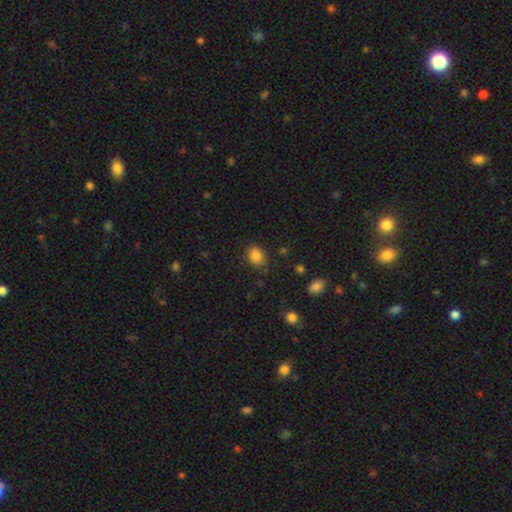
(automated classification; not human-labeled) Smooth or featured: smooth — 84% (star or artifact — 10%)
How rounded: in between — 50% (round — 49%)
Merging: none — 81% (minor disturbance — 14%)